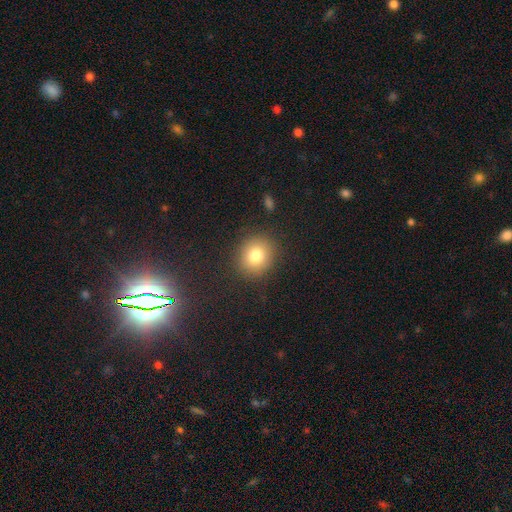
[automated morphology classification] A smooth galaxy with no disk features (79%) that is round (78%).

Vote fractions:
- Smooth or featured? smooth: 79% / star or artifact: 11% / featured or disk: 10%
- How rounded? round: 78% / in between: 21% / cigar-shaped: 1%
- Merging? none: 87% / minor disturbance: 8% / major disturbance: 4% / merger: 1%